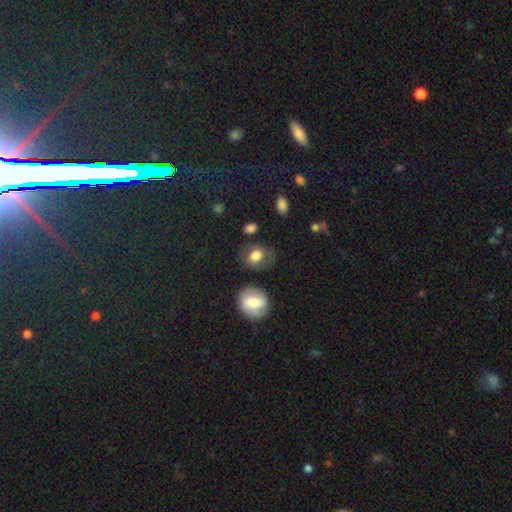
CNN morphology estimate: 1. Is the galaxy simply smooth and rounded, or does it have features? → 76% smooth, 16% featured or disk, 9% star or artifact.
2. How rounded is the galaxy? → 52% in between, 47% round, 1% cigar-shaped.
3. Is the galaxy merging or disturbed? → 69% none, 19% minor disturbance, 8% major disturbance, 4% merger.